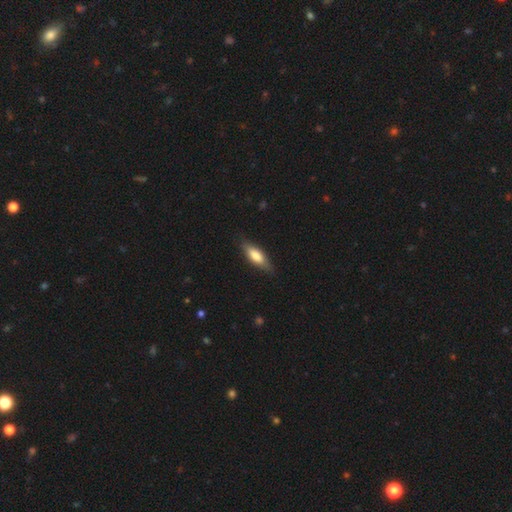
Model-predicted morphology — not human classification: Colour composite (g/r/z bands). It shows a smooth galaxy with no disk features (72%) that is in between round and cigar-shaped (55%). Merging: none (81%).